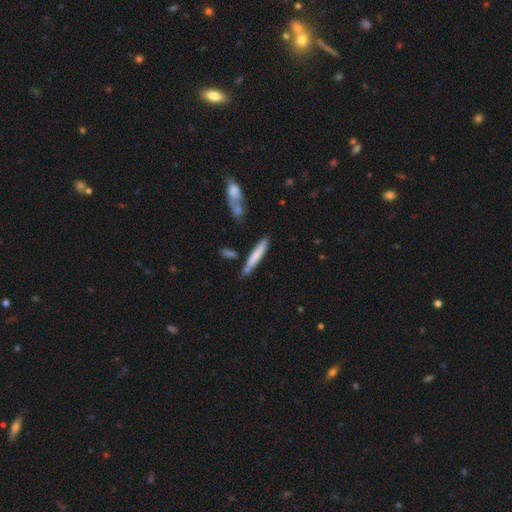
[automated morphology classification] Overall: smooth (68%). How rounded: cigar-shaped (92%). Merging: none (69%).